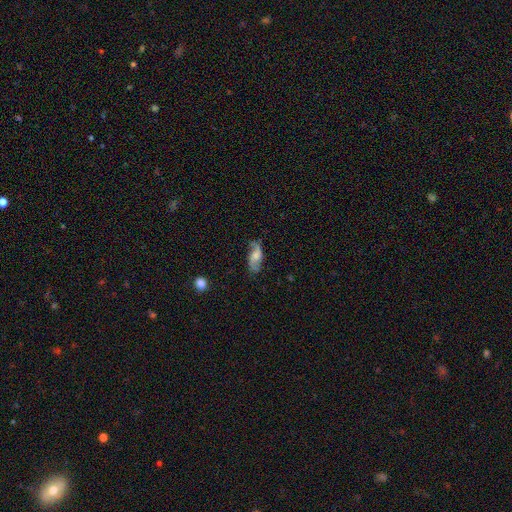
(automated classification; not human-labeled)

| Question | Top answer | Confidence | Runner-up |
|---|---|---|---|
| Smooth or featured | featured or disk | 73% | smooth (20%) |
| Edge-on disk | no | 93% | yes (7%) |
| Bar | no | 54% | weak (37%) |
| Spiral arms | yes | 94% | no (6%) |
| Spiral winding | loose | 64% | medium (28%) |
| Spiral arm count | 2 | 91% | can't tell (3%) |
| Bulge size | moderate | 37% | small (26%) |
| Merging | none | 74% | minor disturbance (17%) |